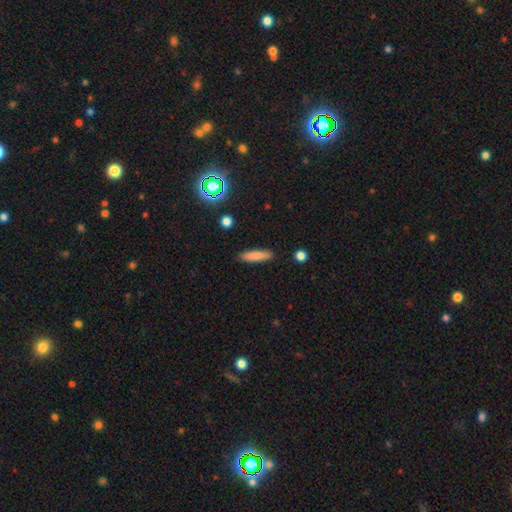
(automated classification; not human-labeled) Smooth or featured? Predicted: smooth (p=0.81). How rounded? Predicted: cigar-shaped (p=0.82). Merging? Predicted: none (p=0.89).